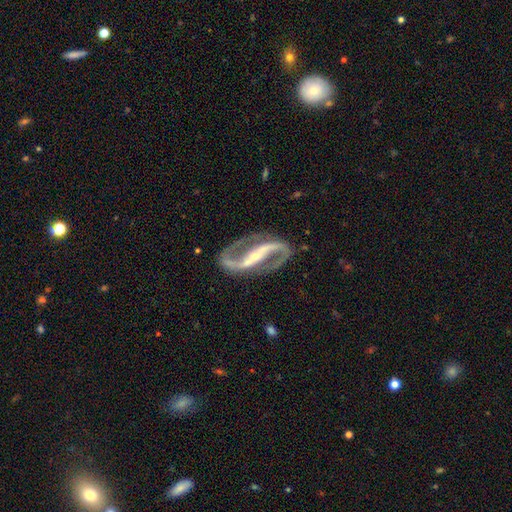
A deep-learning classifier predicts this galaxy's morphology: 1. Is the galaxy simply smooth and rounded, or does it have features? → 93% featured or disk, 4% star or artifact, 3% smooth.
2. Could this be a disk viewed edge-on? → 96% no, 4% yes.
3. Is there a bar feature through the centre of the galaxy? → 76% strong, 16% weak, 9% no.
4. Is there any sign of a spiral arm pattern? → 97% yes, 3% no.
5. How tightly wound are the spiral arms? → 54% medium, 32% loose, 14% tight.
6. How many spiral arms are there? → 95% 2, 1% can't tell, 1% 1, 1% 3, 1% 4, 1% more than 4.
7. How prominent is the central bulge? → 69% small, 24% moderate, 3% none, 2% large, 1% dominant.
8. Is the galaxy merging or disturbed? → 84% none, 9% minor disturbance, 5% major disturbance, 2% merger.